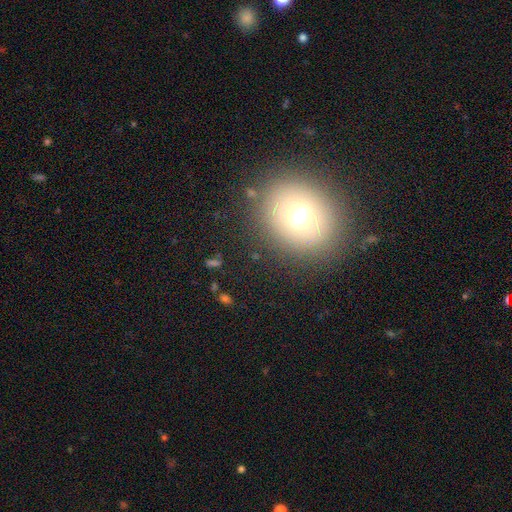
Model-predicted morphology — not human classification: smooth_or_featured: smooth (p=0.59) [alt: featured or disk p=0.26]
how_rounded: round (p=0.70) [alt: in between p=0.29]
merging: none (p=0.86) [alt: minor disturbance p=0.09]